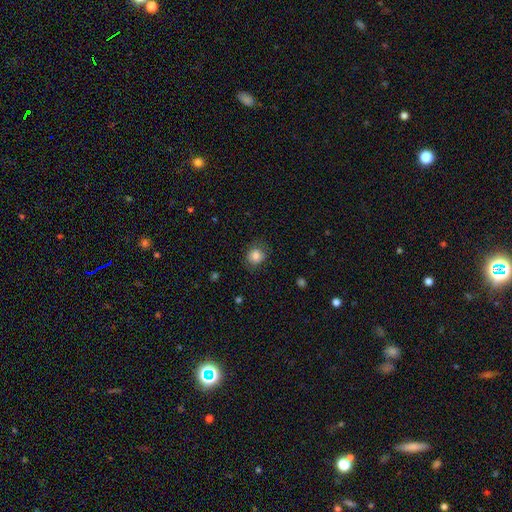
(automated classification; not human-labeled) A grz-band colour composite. It shows a smooth galaxy with no disk features (84%) that is round (77%). Merging: none (80%).